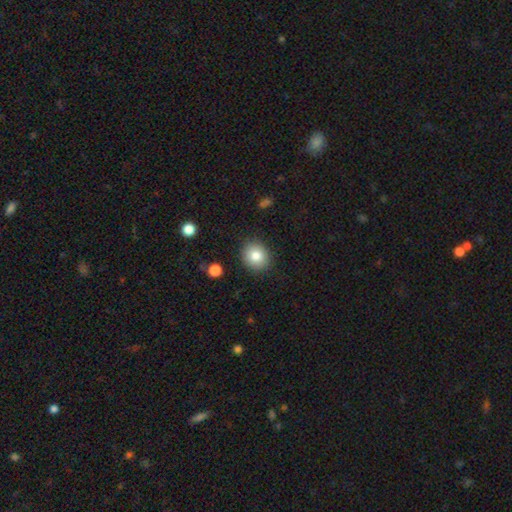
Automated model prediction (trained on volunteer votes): This appears to be a smooth galaxy with no disk features (83%) that is round (79%). Merging: none (89%).